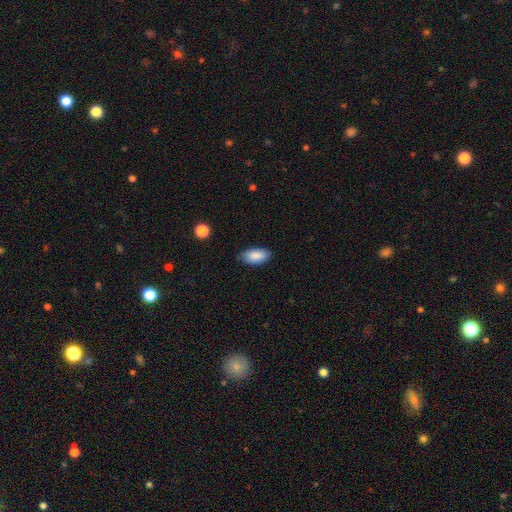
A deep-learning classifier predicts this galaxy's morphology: Overall: smooth (87%). How rounded: in between (93%). Merging: none (80%).